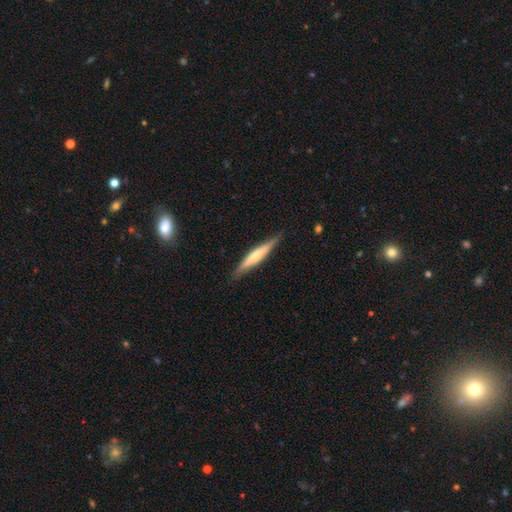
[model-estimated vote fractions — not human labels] smooth_or_featured: featured or disk (p=0.55) [alt: smooth p=0.40]
disk_edge_on: yes (p=0.96) [alt: no p=0.04]
edge_on_bulge: rounded (p=0.67) [alt: none p=0.23]
merging: none (p=0.86) [alt: minor disturbance p=0.10]